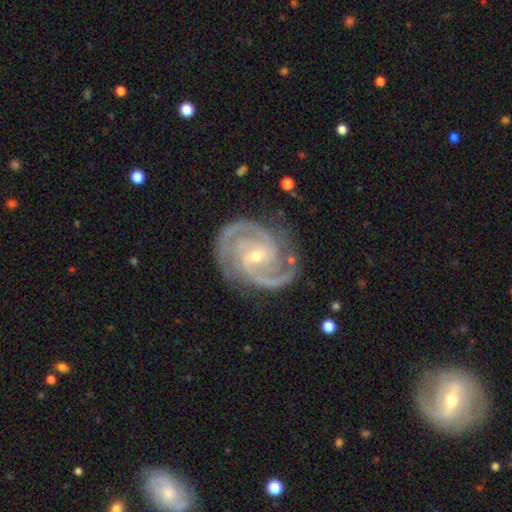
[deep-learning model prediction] Smooth or featured?
  - featured or disk: 93% *
  - star or artifact: 4%
  - smooth: 3%
Edge-on disk?
  - no: 98% *
  - yes: 2%
Bar?
  - weak: 43% *
  - no: 39%
  - strong: 18%
Spiral arms?
  - yes: 99% *
  - no: 1%
Spiral winding?
  - tight: 51% *
  - medium: 44%
  - loose: 6%
Spiral arm count?
  - 2: 58% *
  - 3: 26%
  - can't tell: 5%
  - 4: 4%
  - 1: 3%
  - more than 4: 3%
Bulge size?
  - small: 57% *
  - moderate: 40%
  - large: 1%
  - none: 1%
  - dominant: 1%
Merging?
  - none: 78% *
  - minor disturbance: 16%
  - major disturbance: 5%
  - merger: 2%